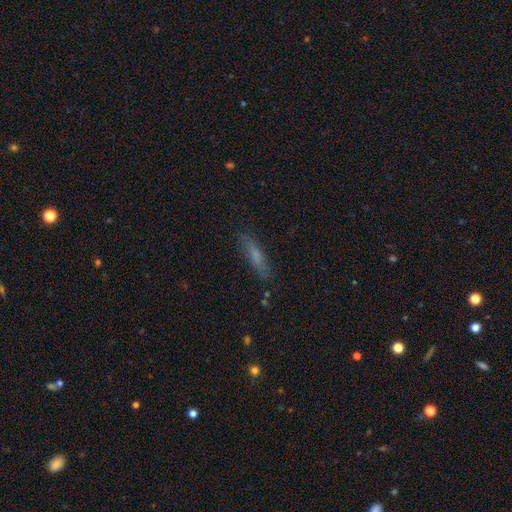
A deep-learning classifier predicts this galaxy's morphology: smooth 63%, featured or disk 27%, star or artifact 10%. Down the decision tree: how rounded — cigar-shaped (80%); merging — none (81%).